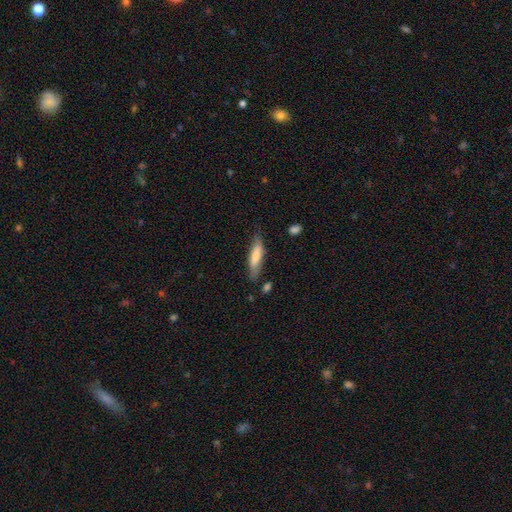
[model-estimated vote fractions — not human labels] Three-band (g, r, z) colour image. It shows a smooth galaxy with no disk features (66%) that is cigar-shaped (75%). Merging: none (78%).